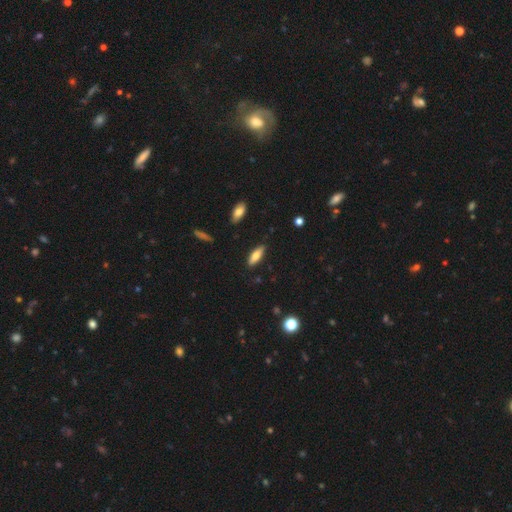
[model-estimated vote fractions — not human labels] This is likely a smooth galaxy (74%). How rounded: possibly in between (55%). Merging: clearly none (85%).